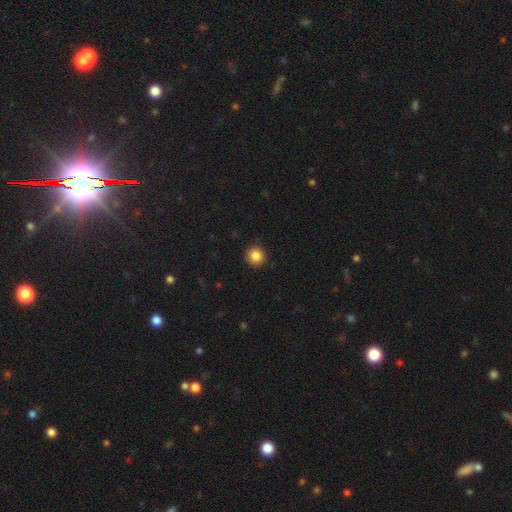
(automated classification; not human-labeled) Smooth or featured: smooth — 85% (star or artifact — 10%)
How rounded: round — 95% (in between — 4%)
Merging: none — 90% (minor disturbance — 7%)